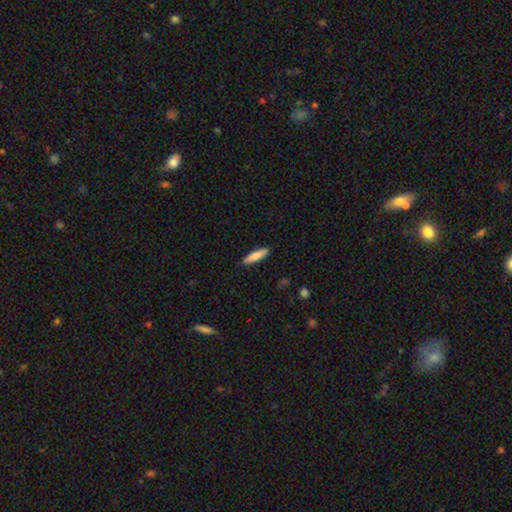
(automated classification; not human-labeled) Morphology: type=smooth (83%); roundness=cigar-shaped (78%); merging=none (90%).